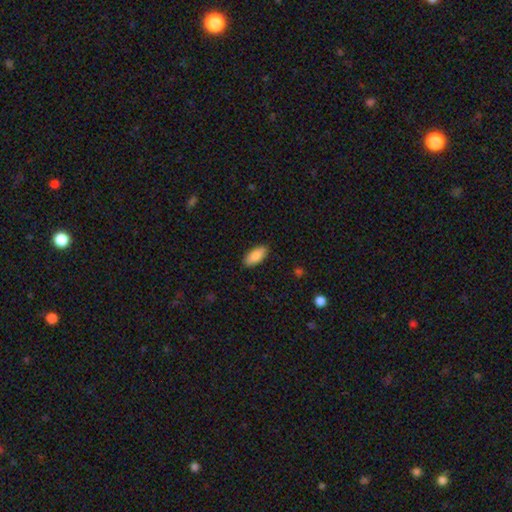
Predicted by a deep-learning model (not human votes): This is clearly a smooth galaxy (88%). How rounded: clearly in between (91%). Merging: clearly none (87%).